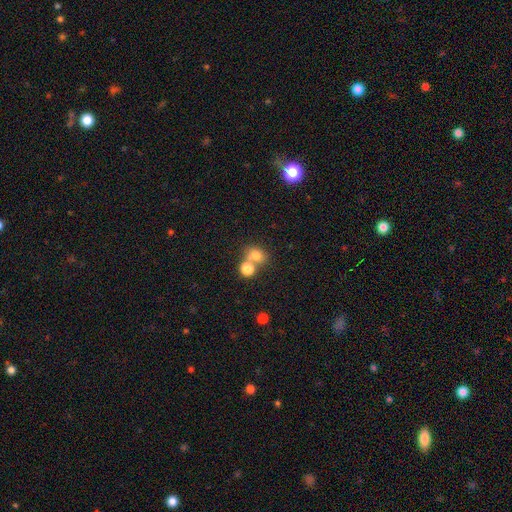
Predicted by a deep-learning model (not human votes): Morphology: type=smooth (76%); roundness=round (61%); merging=none (45%).